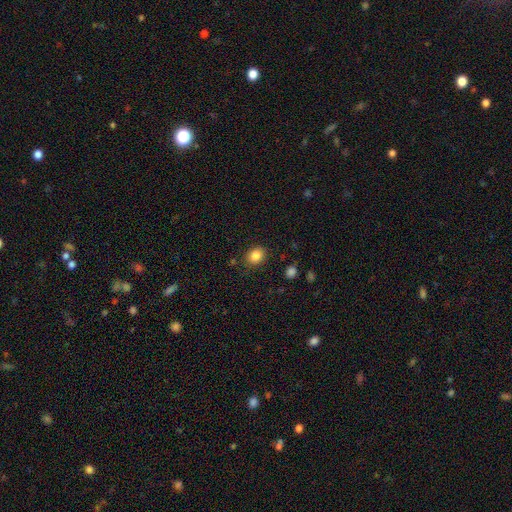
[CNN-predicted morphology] This is clearly a smooth galaxy (85%). How rounded: possibly round (53%). Merging: clearly none (85%).